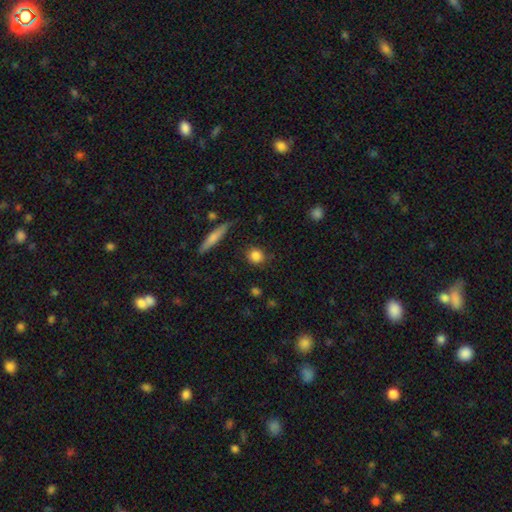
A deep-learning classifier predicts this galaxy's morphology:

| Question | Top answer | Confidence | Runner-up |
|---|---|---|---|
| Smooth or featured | smooth | 84% | star or artifact (9%) |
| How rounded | round | 82% | in between (14%) |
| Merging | none | 83% | minor disturbance (12%) |